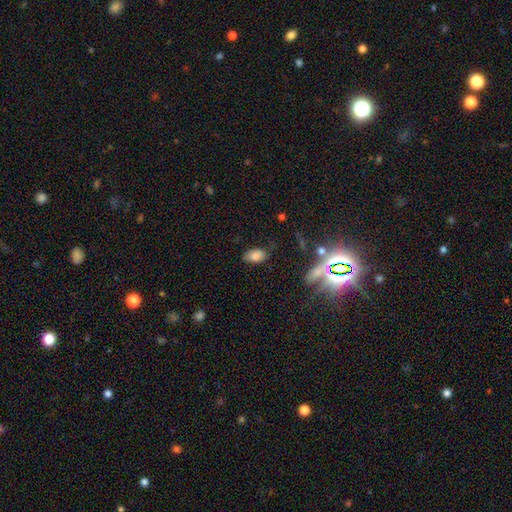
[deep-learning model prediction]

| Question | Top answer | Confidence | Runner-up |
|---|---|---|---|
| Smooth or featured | smooth | 78% | featured or disk (11%) |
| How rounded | in between | 93% | round (5%) |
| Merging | none | 70% | minor disturbance (21%) |